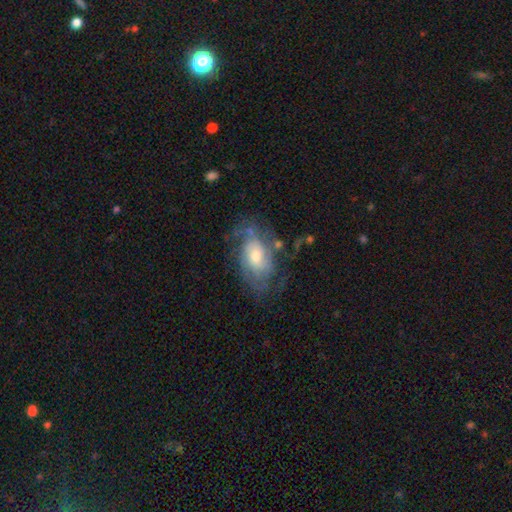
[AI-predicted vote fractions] smooth_or_featured: featured or disk (p=0.68) [alt: smooth p=0.25]
disk_edge_on: no (p=0.95) [alt: yes p=0.05]
bar: no (p=0.69) [alt: weak p=0.27]
has_spiral_arms: yes (p=0.78) [alt: no p=0.22]
bulge_size: moderate (p=0.58) [alt: small p=0.28]
merging: none (p=0.57) [alt: minor disturbance p=0.23]